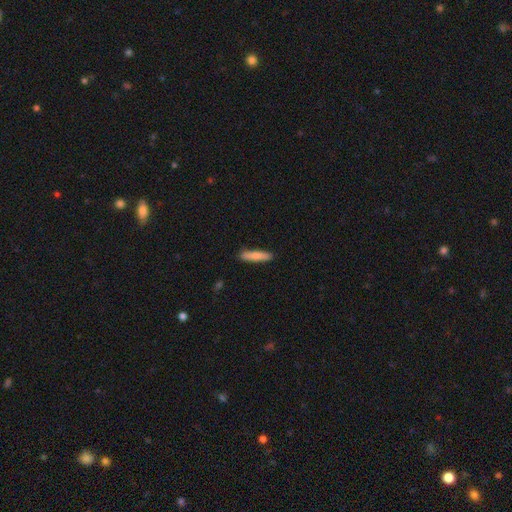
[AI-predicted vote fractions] Morphology: type=smooth (81%); roundness=cigar-shaped (85%); merging=none (88%).